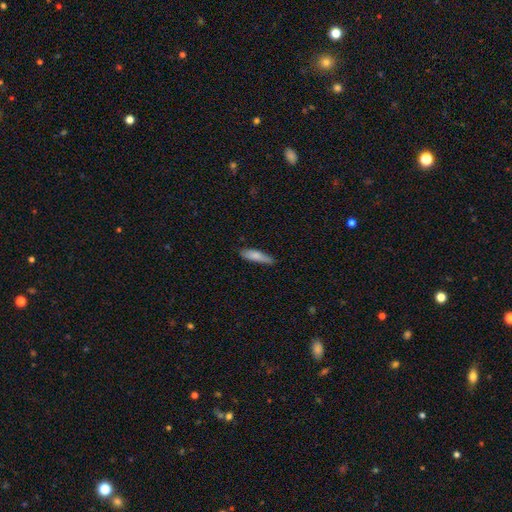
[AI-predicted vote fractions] Smooth or featured?
  - smooth: 80% *
  - featured or disk: 14%
  - star or artifact: 6%
How rounded?
  - cigar-shaped: 71% *
  - in between: 28%
  - round: 2%
Merging?
  - none: 73% *
  - minor disturbance: 22%
  - major disturbance: 3%
  - merger: 2%